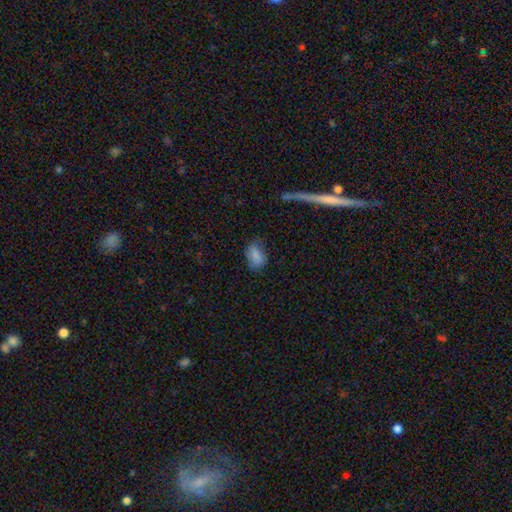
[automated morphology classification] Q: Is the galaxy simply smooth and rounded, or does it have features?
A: smooth — 84%.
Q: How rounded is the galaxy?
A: in between — 88%.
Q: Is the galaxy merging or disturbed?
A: none — 62%.